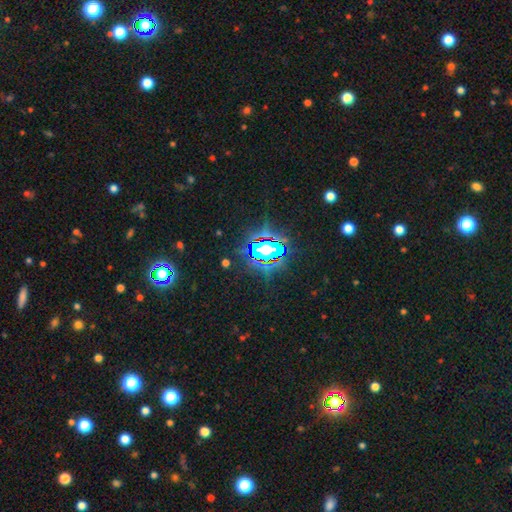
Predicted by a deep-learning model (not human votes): This is clearly a star or artifact rather than a galaxy (80%).